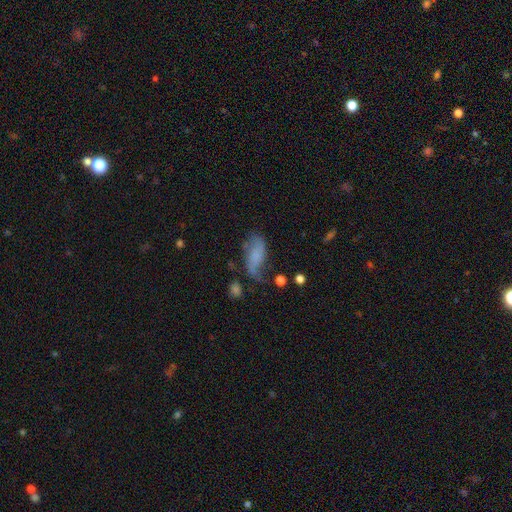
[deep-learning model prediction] Smooth or featured?
  - featured or disk: 47% *
  - smooth: 42%
  - star or artifact: 11%
Merging?
  - none: 43% *
  - minor disturbance: 28%
  - major disturbance: 23%
  - merger: 6%